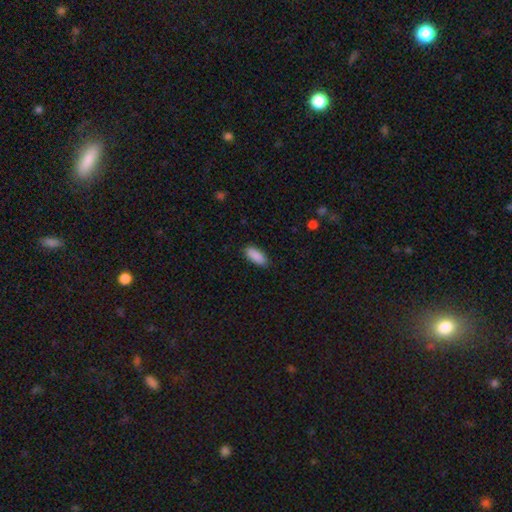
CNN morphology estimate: Smooth or featured? smooth (90%)
How rounded? in between (84%)
Merging? none (87%)